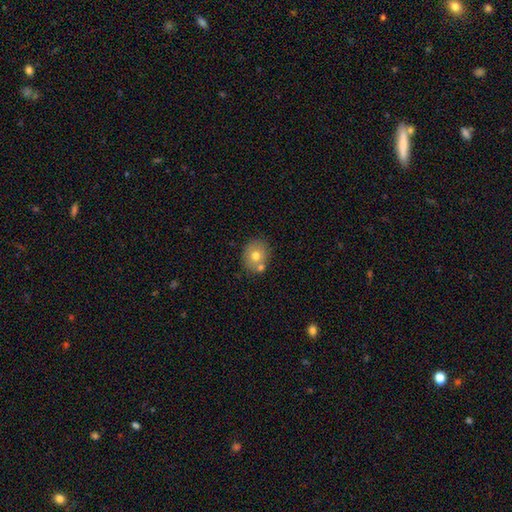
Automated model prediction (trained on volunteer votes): Overall: smooth (69%). How rounded: round (66%; in between 33%). Merging: none (63%).